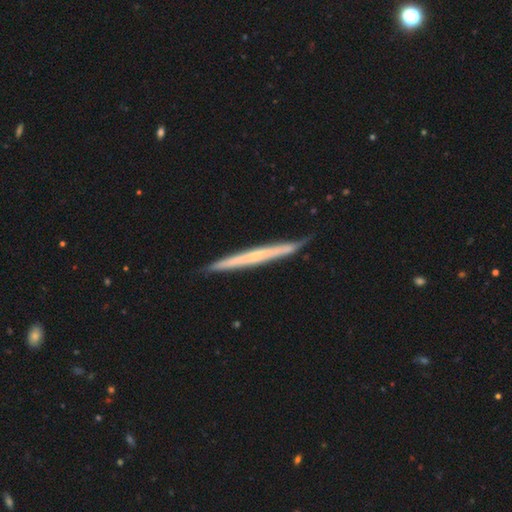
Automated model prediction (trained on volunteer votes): Smooth or featured?
  - featured or disk: 54% *
  - smooth: 40%
  - star or artifact: 6%
Edge-on disk?
  - yes: 96% *
  - no: 4%
Edge-on bulge?
  - none: 83% *
  - rounded: 12%
  - boxy: 4%
Merging?
  - none: 86% *
  - minor disturbance: 11%
  - major disturbance: 2%
  - merger: 1%